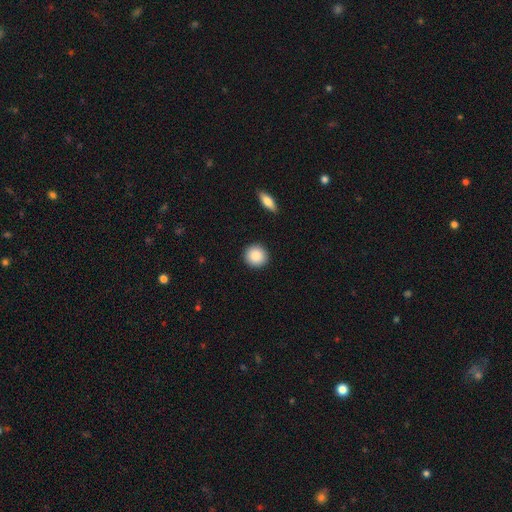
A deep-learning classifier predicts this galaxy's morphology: Smooth or featured?
  - smooth: 89% *
  - star or artifact: 7%
  - featured or disk: 4%
How rounded?
  - round: 91% *
  - in between: 8%
  - cigar-shaped: 1%
Merging?
  - none: 92% *
  - minor disturbance: 5%
  - major disturbance: 2%
  - merger: 1%